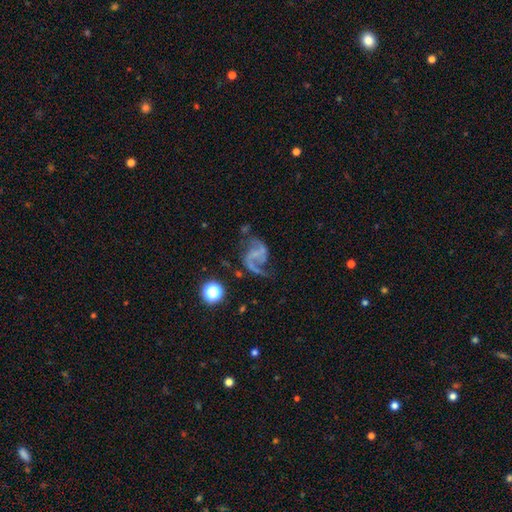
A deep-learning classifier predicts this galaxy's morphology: A featured or disk galaxy (83%) with a weak bar (39%, tied with no), 2 (86%) loose (63%) spiral arms (93%) and no central bulge (64%). Merging: none (55%).